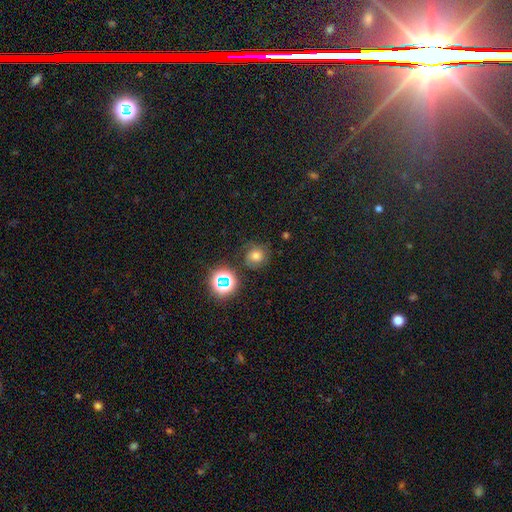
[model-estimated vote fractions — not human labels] smooth_or_featured: smooth (p=0.59) [alt: star or artifact p=0.24]
how_rounded: round (p=0.87) [alt: in between p=0.12]
merging: none (p=0.73) [alt: minor disturbance p=0.16]